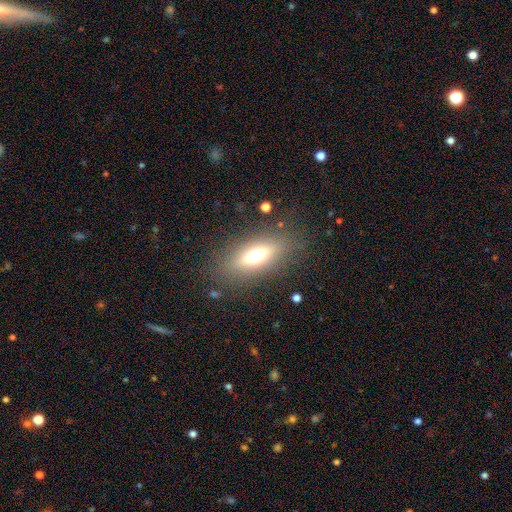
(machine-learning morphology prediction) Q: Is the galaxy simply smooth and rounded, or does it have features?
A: smooth — 57%.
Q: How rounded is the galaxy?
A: in between — 65%.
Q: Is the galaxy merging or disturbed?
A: none — 82%.